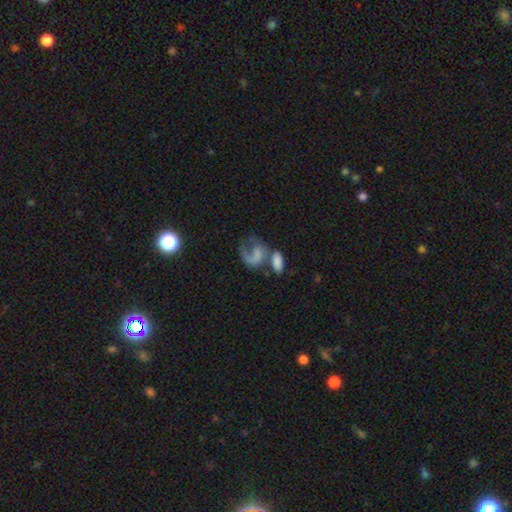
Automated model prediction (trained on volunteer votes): This appears to be a featured or disk galaxy (49%). Merging: merger (36%).